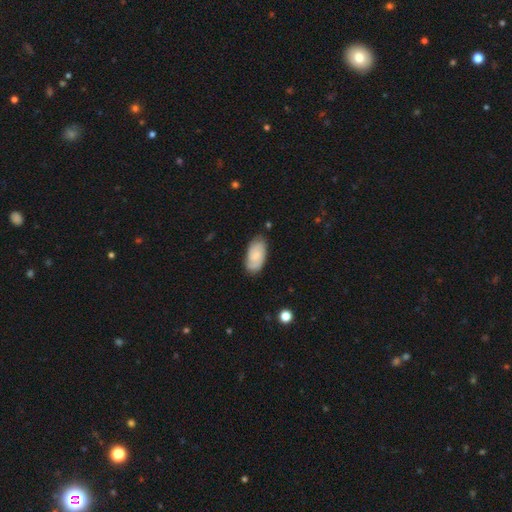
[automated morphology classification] type=smooth (54%); roundness=in between (93%); merging=none (77%).